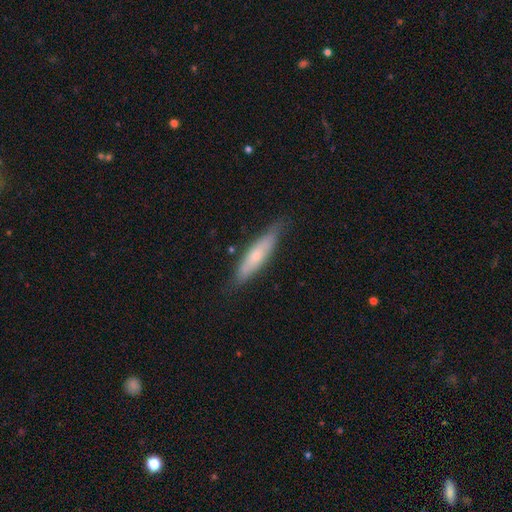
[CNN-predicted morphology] Smooth or featured: smooth — 56% (featured or disk — 37%)
How rounded: cigar-shaped — 80% (in between — 19%)
Merging: none — 80% (minor disturbance — 15%)